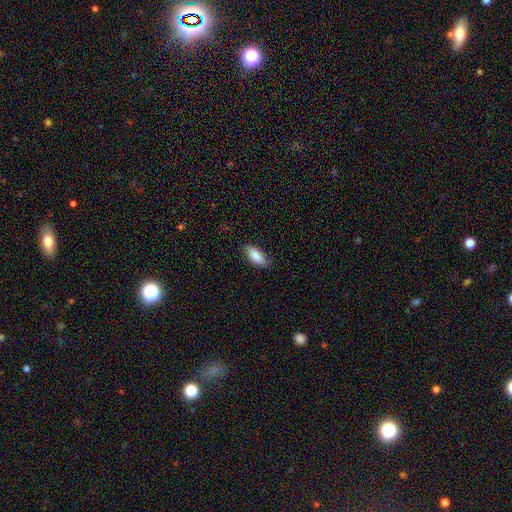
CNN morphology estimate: smooth 86%, featured or disk 8%, star or artifact 6%. Down the decision tree: how rounded — in between (82%); merging — none (85%).